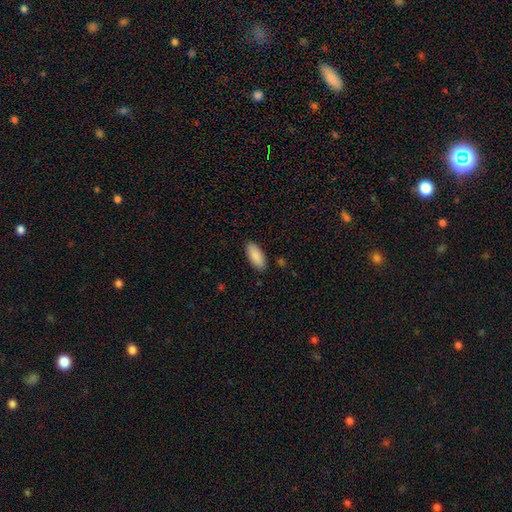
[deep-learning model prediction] This is clearly a smooth galaxy (90%). How rounded: clearly in between (86%). Merging: clearly none (89%).